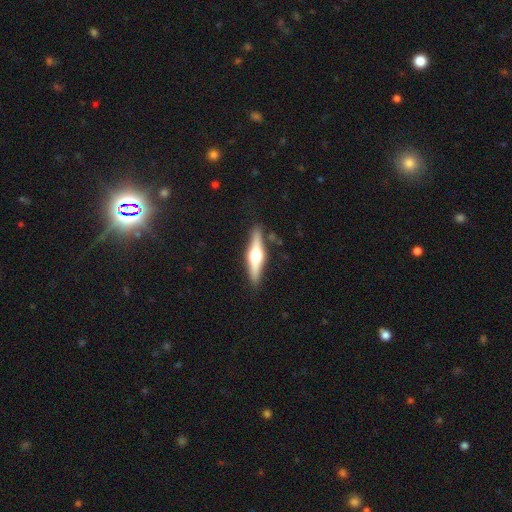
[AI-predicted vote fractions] Smooth or featured? featured or disk (68%)
Edge-on disk? yes (97%)
Edge-on bulge? rounded (95%)
Merging? none (87%)